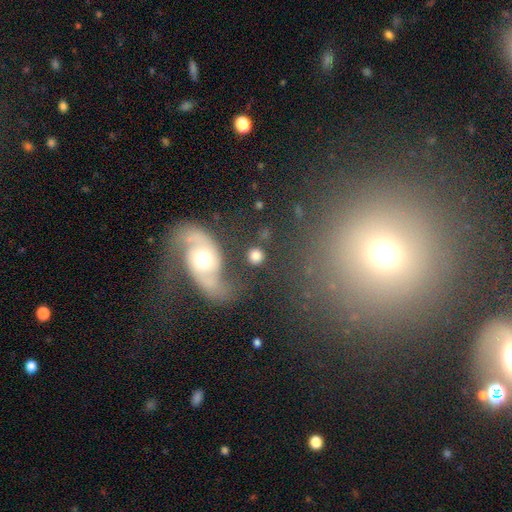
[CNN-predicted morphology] smooth_or_featured: smooth (p=0.77) [alt: featured or disk p=0.14]
how_rounded: round (p=0.84) [alt: in between p=0.14]
merging: none (p=0.72) [alt: merger p=0.10]